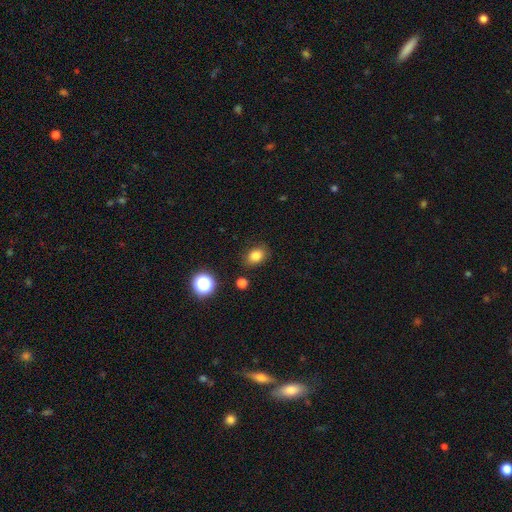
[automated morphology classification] A smooth galaxy with no disk features (81%) that is in between round and cigar-shaped (59%). Merging: none (84%).